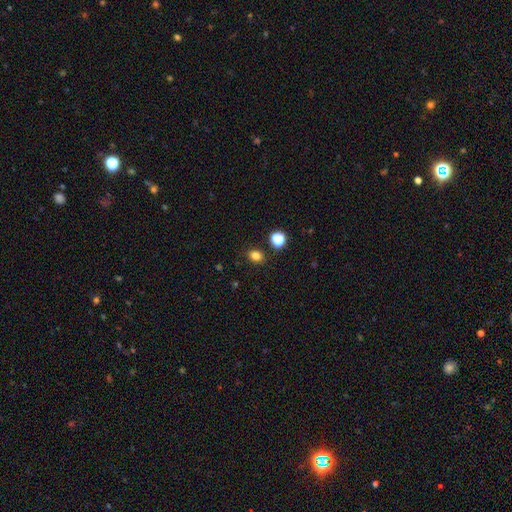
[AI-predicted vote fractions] Smooth or featured? Predicted: smooth (p=0.81). How rounded? Predicted: in between (p=0.53). Merging? Predicted: none (p=0.86).